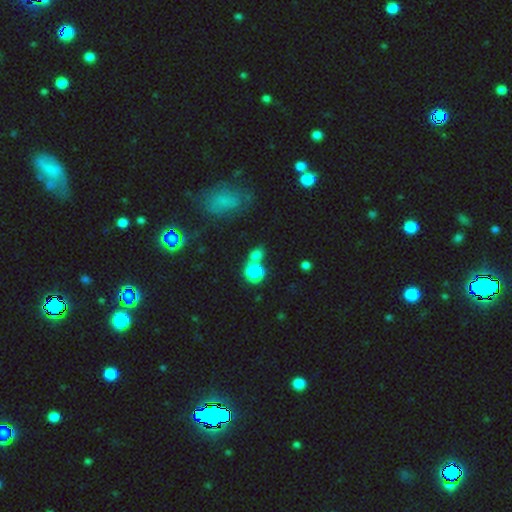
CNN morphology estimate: Overall: smooth (78%). How rounded: round (67%; in between 30%). Merging: merger (44%; none 41%).